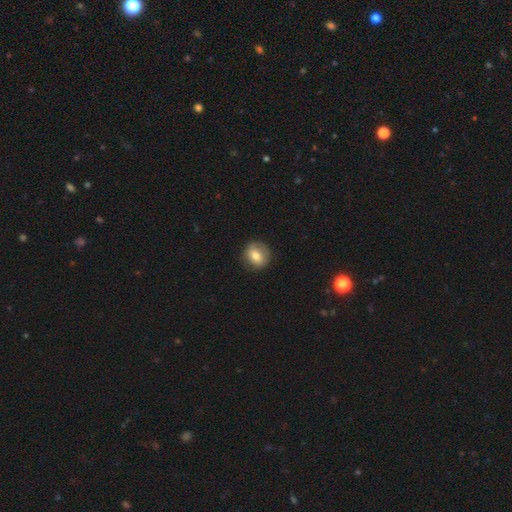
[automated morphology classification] Smooth or featured? smooth (71%)
How rounded? round (72%)
Merging? none (82%)